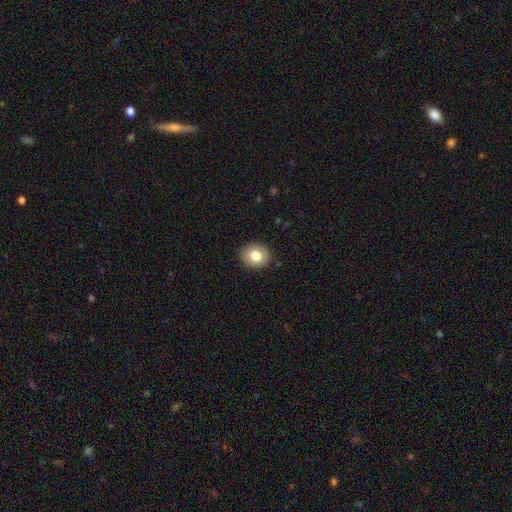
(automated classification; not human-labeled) This is likely a smooth galaxy (79%). How rounded: likely round (69%). Merging: clearly none (89%).